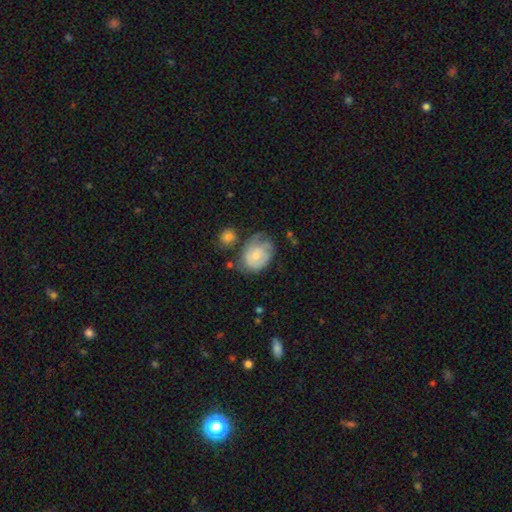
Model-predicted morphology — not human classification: Smooth or featured: smooth — 54% (featured or disk — 39%)
How rounded: in between — 65% (round — 34%)
Merging: none — 41% (minor disturbance — 32%)